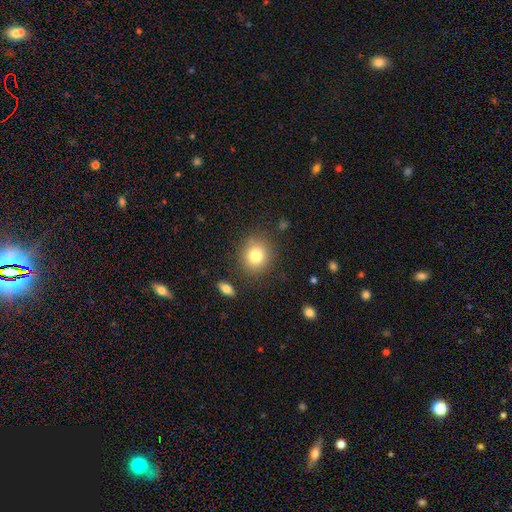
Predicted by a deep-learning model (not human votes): Q: Smooth or featured?
A: smooth (80%); runner-up: star or artifact (11%)
Q: How rounded?
A: round (84%); runner-up: in between (15%)
Q: Merging?
A: none (84%); runner-up: minor disturbance (9%)